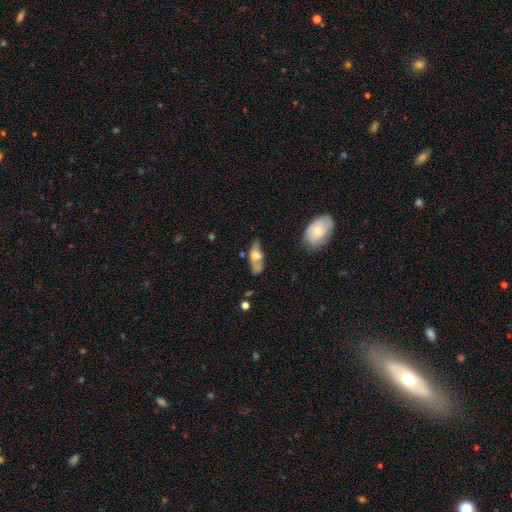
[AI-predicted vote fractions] A smooth galaxy with no disk features (51%) that is in between round and cigar-shaped (67%). Merging: none (44%).